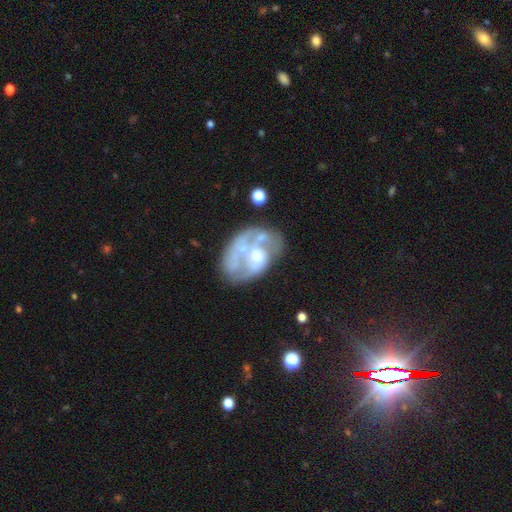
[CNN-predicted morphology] This appears to be a featured or disk galaxy (69%) with no bar (77%), no spiral arms (56%) and a moderate central bulge (50%). Merging: none (37%).